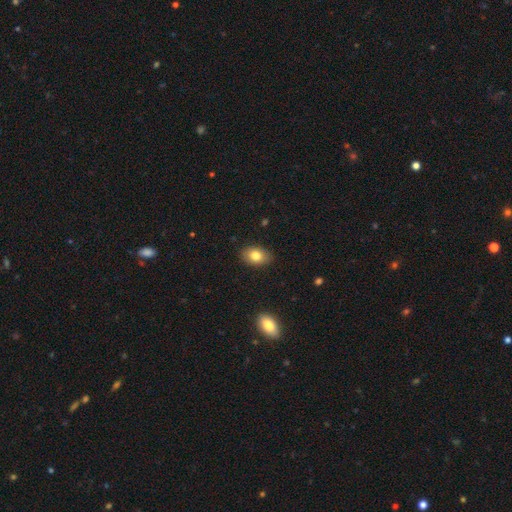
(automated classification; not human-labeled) Smooth or featured: smooth — 81% (featured or disk — 10%)
How rounded: in between — 84% (round — 15%)
Merging: none — 88% (minor disturbance — 9%)